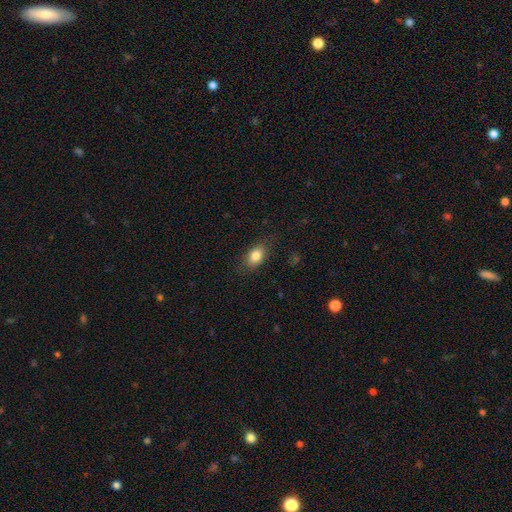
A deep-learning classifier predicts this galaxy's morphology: Smooth or featured?
  - smooth: 83% *
  - star or artifact: 9%
  - featured or disk: 9%
How rounded?
  - in between: 80% *
  - round: 17%
  - cigar-shaped: 2%
Merging?
  - none: 82% *
  - minor disturbance: 14%
  - major disturbance: 4%
  - merger: 1%